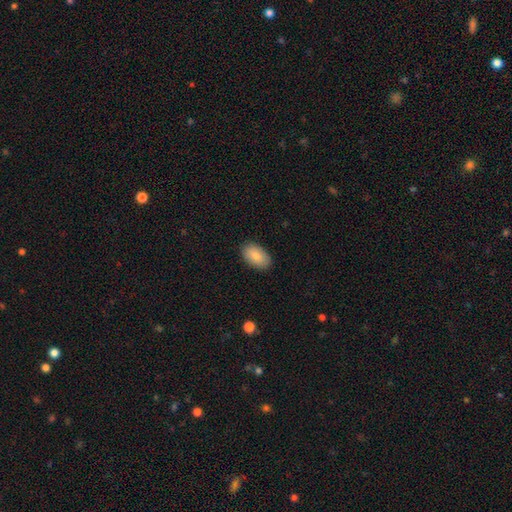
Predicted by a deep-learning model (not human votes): Smooth or featured? Predicted: smooth (p=0.85). How rounded? Predicted: in between (p=0.94). Merging? Predicted: none (p=0.89).